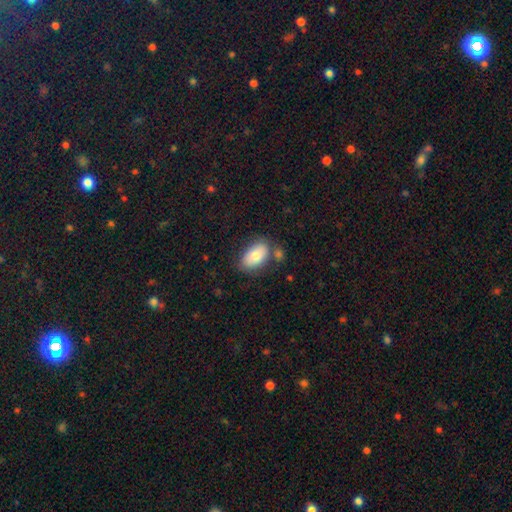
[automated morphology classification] smooth 76%, featured or disk 17%, star or artifact 7%. Down the decision tree: how rounded — in between (93%); merging — none (70%).